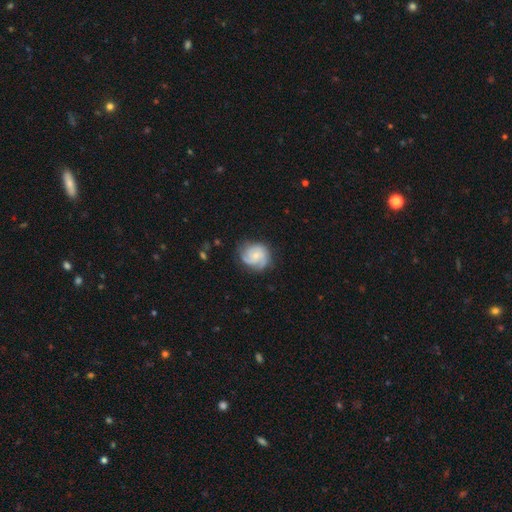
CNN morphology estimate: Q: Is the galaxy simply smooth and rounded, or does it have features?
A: featured or disk — 74%.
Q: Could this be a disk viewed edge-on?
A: no — 98%.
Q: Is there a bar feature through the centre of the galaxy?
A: no — 69%.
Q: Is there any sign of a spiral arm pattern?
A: yes — 95%.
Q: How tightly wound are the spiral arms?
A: tight — 49%.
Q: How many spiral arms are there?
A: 3 — 41%.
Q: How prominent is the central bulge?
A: small — 64%.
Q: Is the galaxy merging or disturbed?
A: none — 72%.